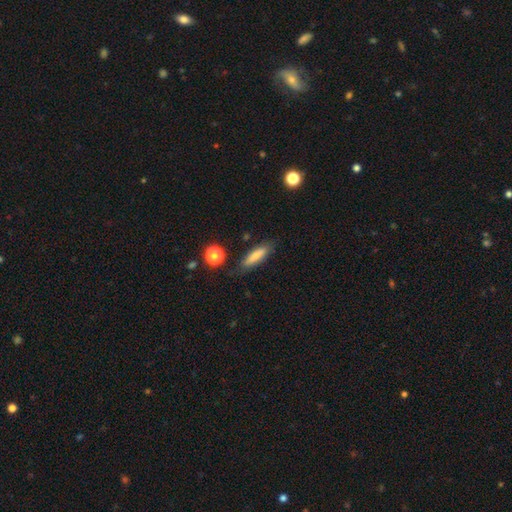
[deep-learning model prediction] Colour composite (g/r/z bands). It shows a smooth galaxy with no disk features (76%) that is cigar-shaped (65%). Merging: none (80%).